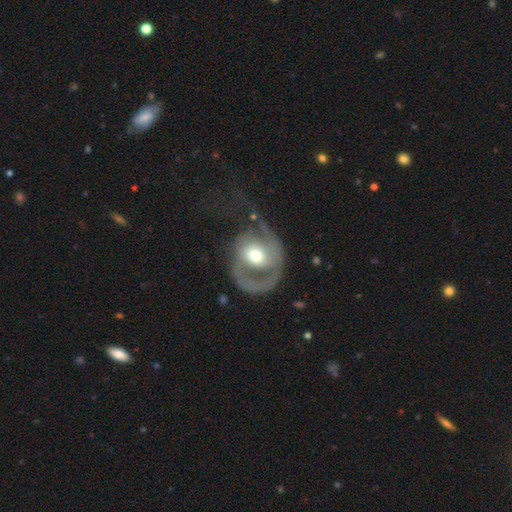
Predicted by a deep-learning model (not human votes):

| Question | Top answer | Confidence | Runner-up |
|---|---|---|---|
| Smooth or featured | featured or disk | 67% | smooth (27%) |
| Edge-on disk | no | 96% | yes (4%) |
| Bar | no | 64% | weak (25%) |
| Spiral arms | yes | 66% | no (34%) |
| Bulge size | moderate | 64% | small (23%) |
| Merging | major disturbance | 47% | none (32%) |